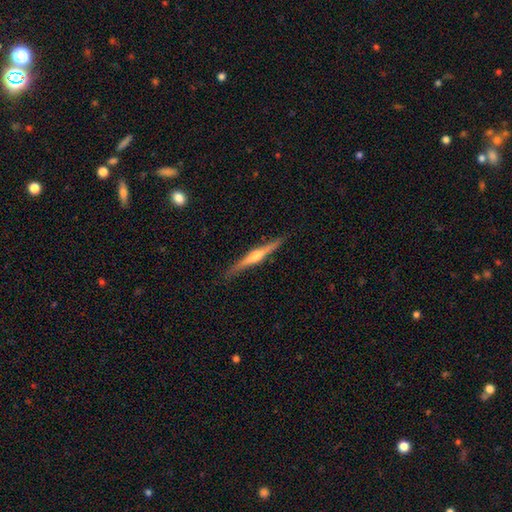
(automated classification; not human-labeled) Smooth or featured? featured or disk (74%)
Edge-on disk? yes (98%)
Edge-on bulge? rounded (87%)
Merging? none (87%)